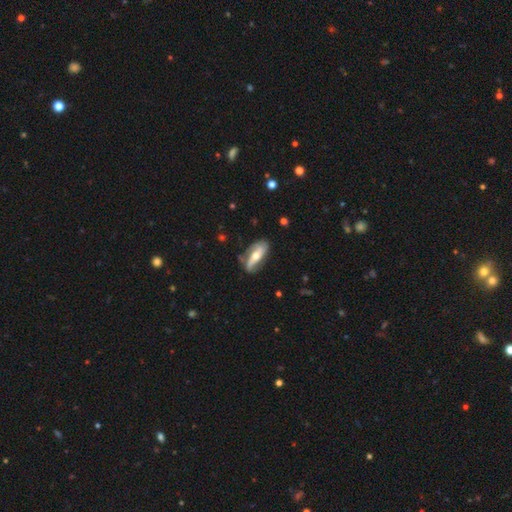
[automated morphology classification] Smooth or featured: featured or disk — 67% (smooth — 27%)
Edge-on disk: no — 81% (yes — 19%)
Bar: no — 39% (strong — 35%)
Spiral arms: yes — 81% (no — 19%)
Bulge size: moderate — 65% (small — 26%)
Merging: none — 63% (minor disturbance — 24%)